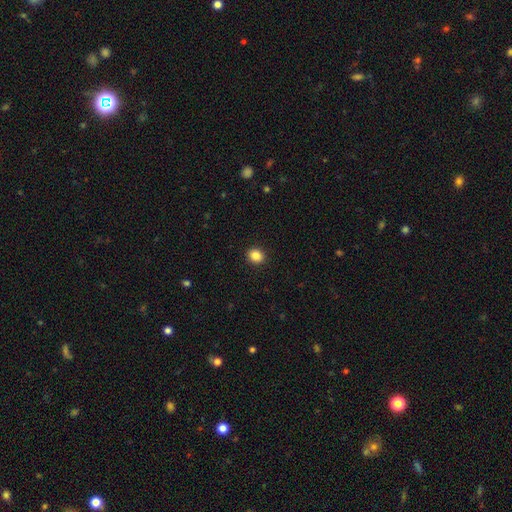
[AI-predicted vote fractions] smooth_or_featured: smooth (p=0.86) [alt: star or artifact p=0.10]
how_rounded: round (p=0.78) [alt: in between p=0.21]
merging: none (p=0.92) [alt: minor disturbance p=0.05]